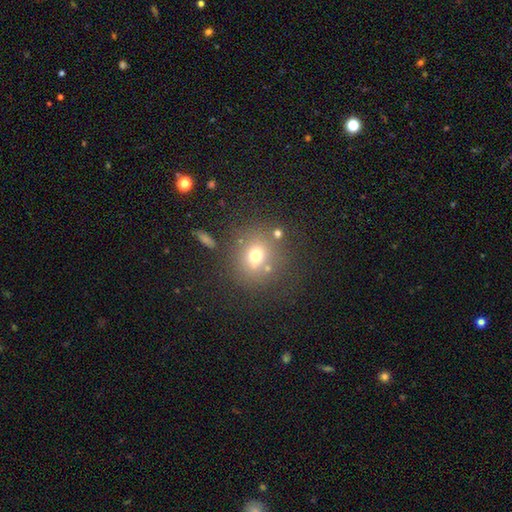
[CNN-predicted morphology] The model was most divided on "smooth or featured": smooth: 68%, star or artifact: 17%, featured or disk: 15%. More confident: how rounded — round (80%); merging — none (73%).